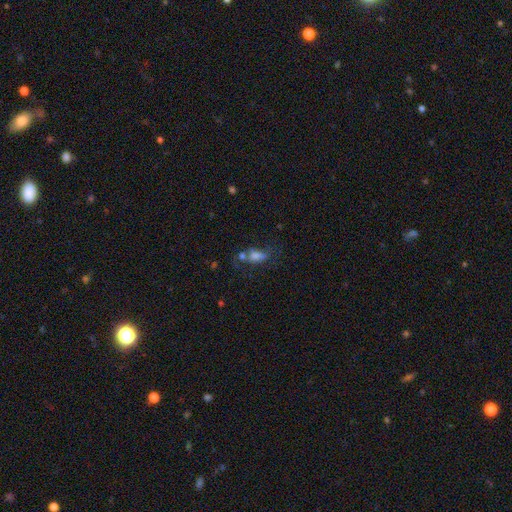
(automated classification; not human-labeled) smooth 58%, featured or disk 26%, star or artifact 16%. Down the decision tree: how rounded — in between (77%); merging — none (36%).